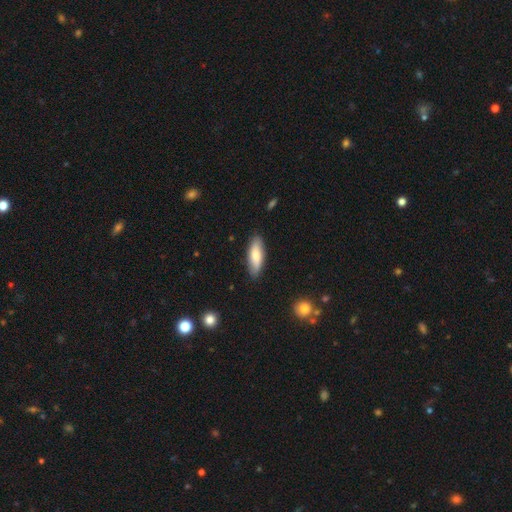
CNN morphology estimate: This appears to be a smooth galaxy with no disk features (74%) that is in between round and cigar-shaped (65%). Merging: none (85%).